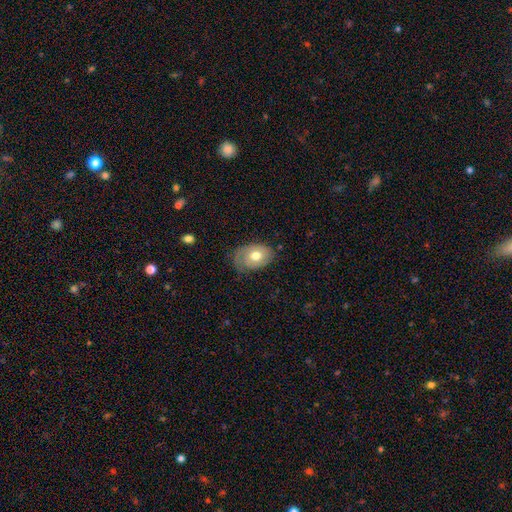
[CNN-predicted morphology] Smooth or featured? Predicted: smooth (p=0.57). How rounded? Predicted: in between (p=0.81). Merging? Predicted: none (p=0.59).